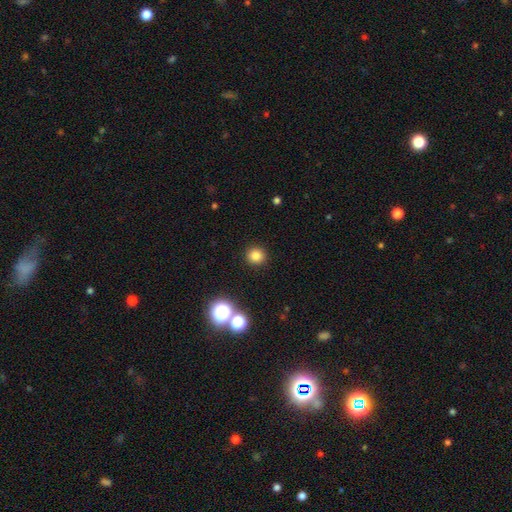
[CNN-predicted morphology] type=smooth (81%); roundness=round (92%); merging=none (92%).